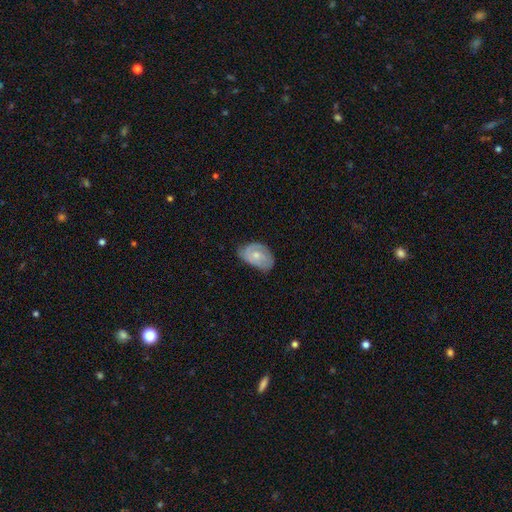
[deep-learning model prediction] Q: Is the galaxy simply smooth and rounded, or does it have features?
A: featured or disk — 51%.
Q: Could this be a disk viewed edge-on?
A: no — 95%.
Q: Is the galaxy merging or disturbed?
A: none — 57%.